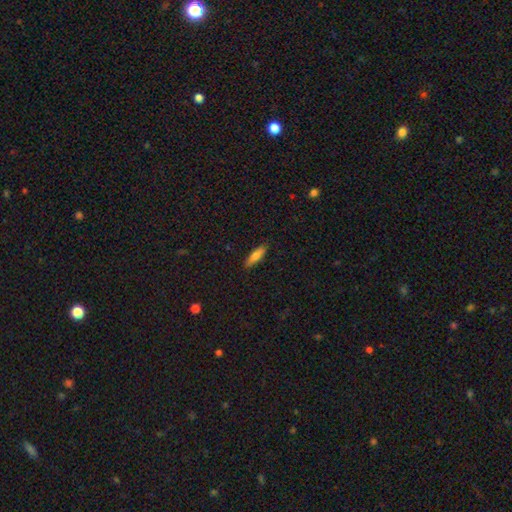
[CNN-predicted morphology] type=smooth (78%); roundness=cigar-shaped (57%); merging=none (86%).